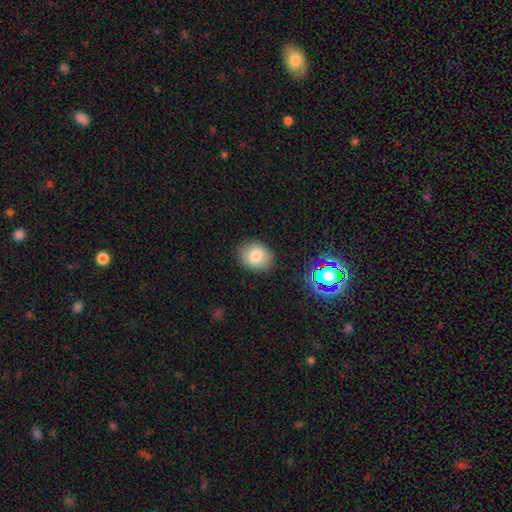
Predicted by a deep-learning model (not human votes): Smooth or featured? Predicted: smooth (p=0.80). How rounded? Predicted: in between (p=0.51). Merging? Predicted: none (p=0.86).